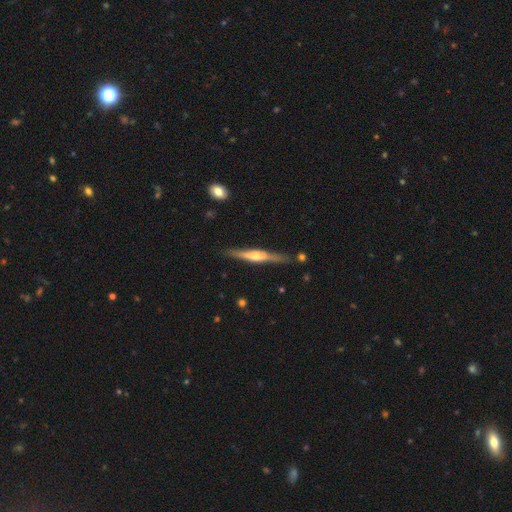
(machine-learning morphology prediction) A featured or disk galaxy (71%) viewed edge-on (97%) with a rounded central bulge (86%).

Vote fractions:
- Smooth or featured? featured or disk: 71% / smooth: 23% / star or artifact: 6%
- Edge-on disk? yes: 97% / no: 3%
- Edge-on bulge? rounded: 86% / boxy: 8% / none: 6%
- Merging? none: 87% / minor disturbance: 9% / merger: 2% / major disturbance: 2%